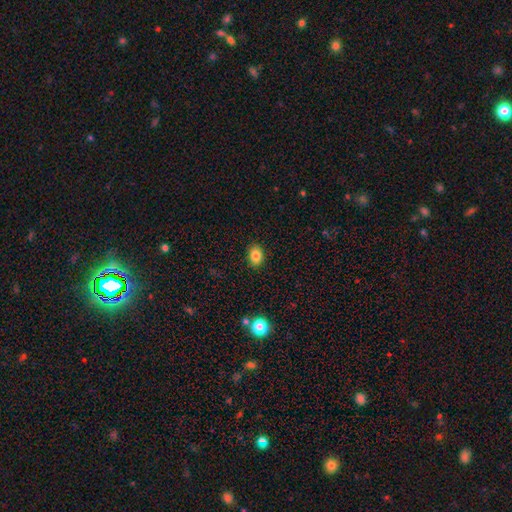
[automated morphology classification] Smooth or featured: smooth — 83% (star or artifact — 10%)
How rounded: in between — 72% (round — 27%)
Merging: none — 88% (minor disturbance — 8%)